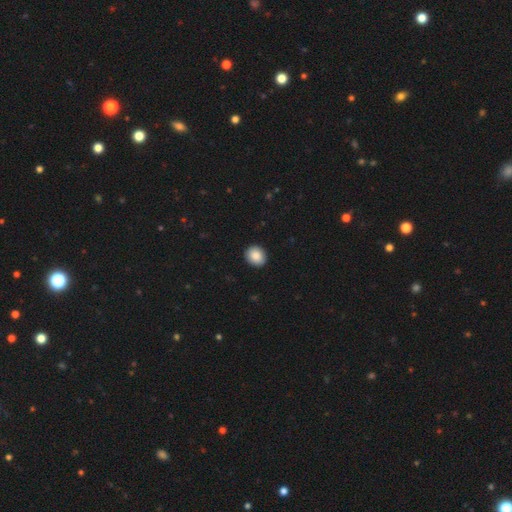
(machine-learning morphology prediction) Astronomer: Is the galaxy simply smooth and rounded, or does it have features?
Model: smooth — 88%.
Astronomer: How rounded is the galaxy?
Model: round — 72%.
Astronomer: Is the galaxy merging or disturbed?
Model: none — 92%.